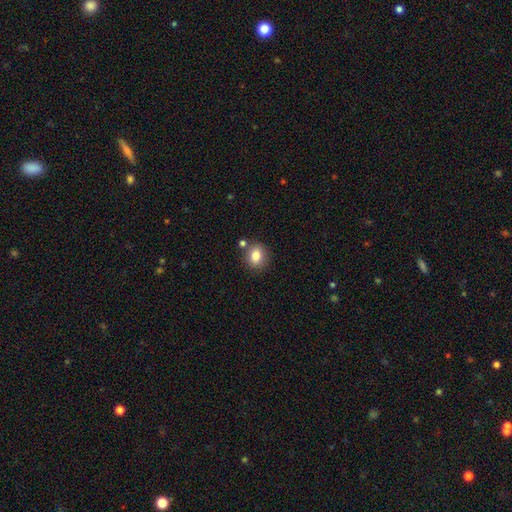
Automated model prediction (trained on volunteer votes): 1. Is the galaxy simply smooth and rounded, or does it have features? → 82% smooth, 10% star or artifact, 8% featured or disk.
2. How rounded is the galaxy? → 62% round, 37% in between, 1% cigar-shaped.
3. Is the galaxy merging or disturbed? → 78% none, 11% minor disturbance, 9% merger, 3% major disturbance.